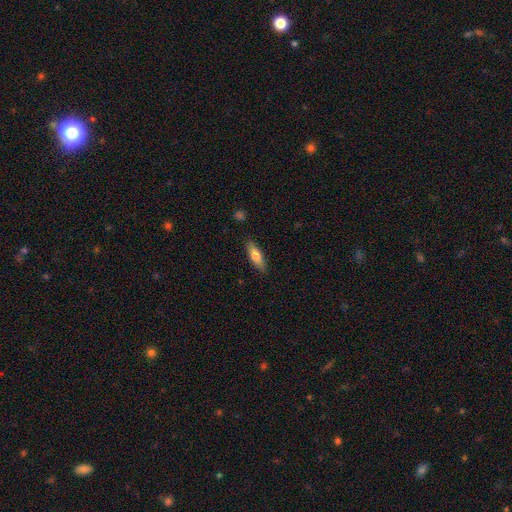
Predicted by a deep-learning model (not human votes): Morphology: type=smooth (71%); roundness=cigar-shaped (49%); merging=none (86%).